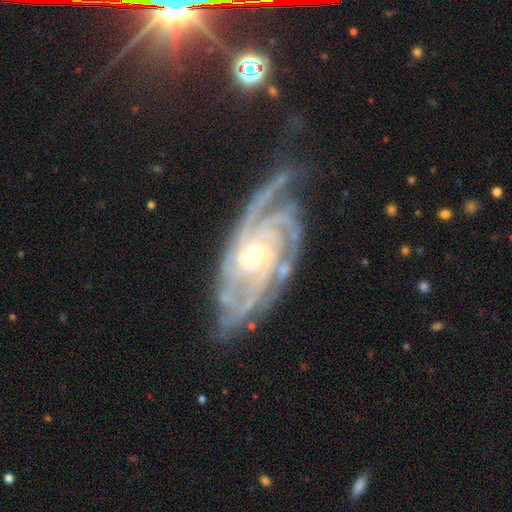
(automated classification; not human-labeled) Q: Smooth or featured?
A: featured or disk (92%); runner-up: star or artifact (5%)
Q: Edge-on disk?
A: no (96%); runner-up: yes (4%)
Q: Bar?
A: no (67%); runner-up: weak (23%)
Q: Spiral arms?
A: yes (99%); runner-up: no (1%)
Q: Spiral winding?
A: tight (70%); runner-up: medium (27%)
Q: Spiral arm count?
A: 4 (34%); runner-up: 3 (28%)
Q: Bulge size?
A: small (72%); runner-up: moderate (24%)
Q: Merging?
A: none (70%); runner-up: minor disturbance (20%)